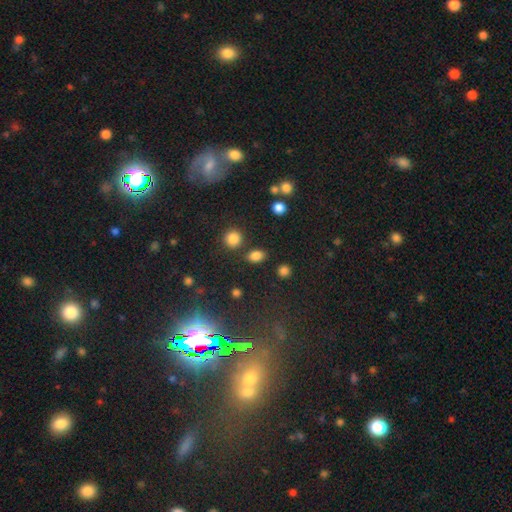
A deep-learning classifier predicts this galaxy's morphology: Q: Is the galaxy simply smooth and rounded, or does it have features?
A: smooth — 82%.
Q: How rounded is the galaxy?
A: in between — 70%.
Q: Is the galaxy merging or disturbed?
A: none — 79%.